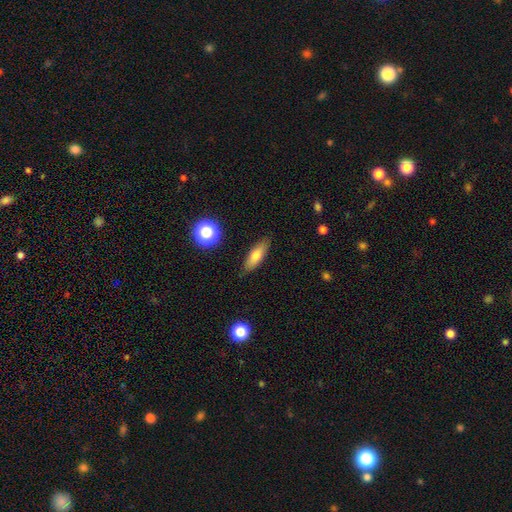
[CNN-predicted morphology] A smooth galaxy with no disk features (72%) that is in between round and cigar-shaped (52%).

Vote fractions:
- Smooth or featured? smooth: 72% / featured or disk: 20% / star or artifact: 8%
- How rounded? in between: 52% / cigar-shaped: 45% / round: 4%
- Merging? none: 85% / minor disturbance: 11% / major disturbance: 2% / merger: 2%